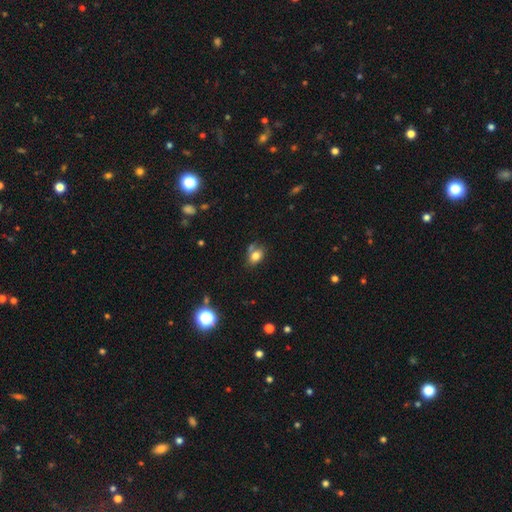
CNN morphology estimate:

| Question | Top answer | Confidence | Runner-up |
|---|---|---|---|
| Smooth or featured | smooth | 77% | star or artifact (12%) |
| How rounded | in between | 68% | round (30%) |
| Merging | none | 57% | minor disturbance (22%) |